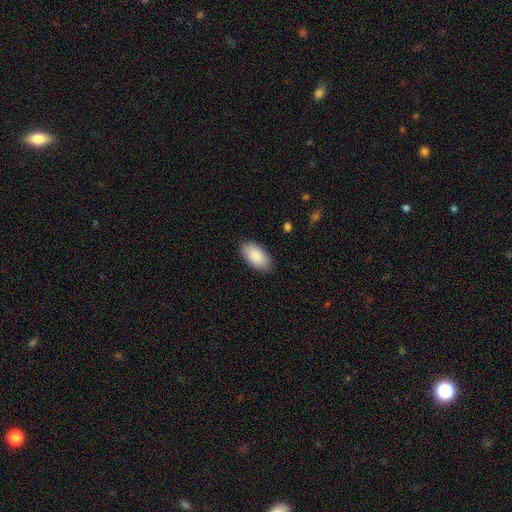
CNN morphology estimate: Smooth or featured: smooth — 89% (star or artifact — 6%)
How rounded: in between — 95% (cigar-shaped — 3%)
Merging: none — 86% (minor disturbance — 10%)